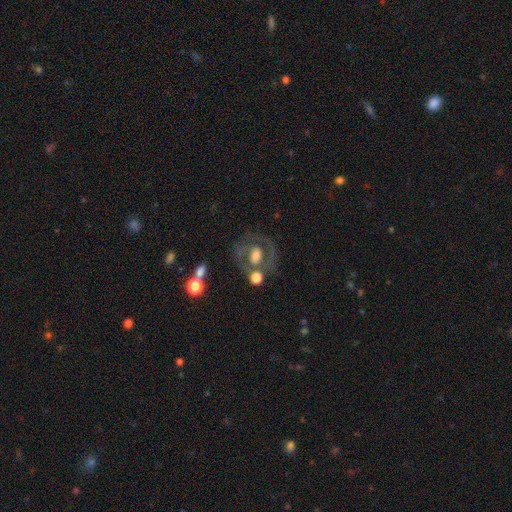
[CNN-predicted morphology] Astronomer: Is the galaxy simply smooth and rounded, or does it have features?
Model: featured or disk — 62%.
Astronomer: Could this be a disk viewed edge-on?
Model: no — 96%.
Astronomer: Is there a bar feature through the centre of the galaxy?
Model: no — 57%.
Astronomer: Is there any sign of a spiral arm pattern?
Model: yes — 52% (runner-up: no, 48%).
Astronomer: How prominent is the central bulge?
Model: moderate — 55%.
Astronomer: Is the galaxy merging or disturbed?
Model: none — 61%.